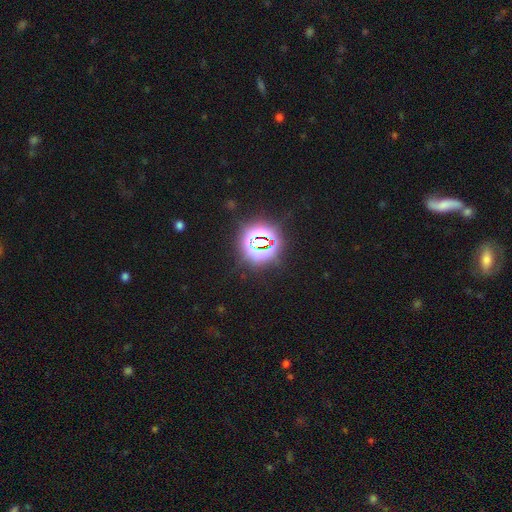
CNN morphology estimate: Overall: star or artifact (81%).